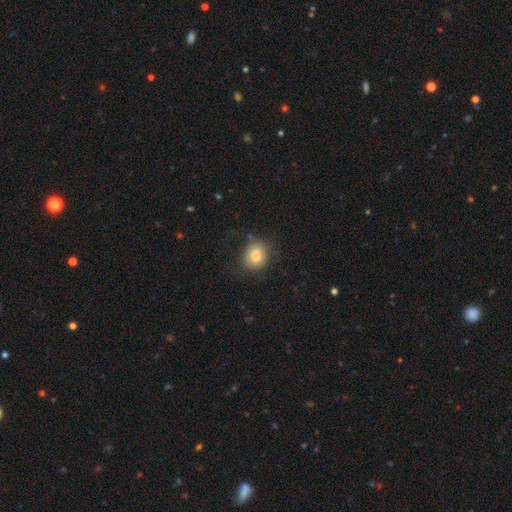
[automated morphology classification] smooth_or_featured: smooth (p=0.81) [alt: featured or disk p=0.10]
how_rounded: round (p=0.69) [alt: in between p=0.30]
merging: none (p=0.67) [alt: minor disturbance p=0.21]